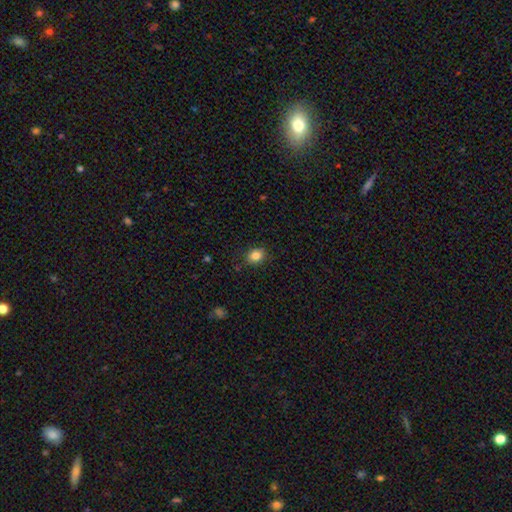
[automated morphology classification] Q: Smooth or featured?
A: smooth (84%); runner-up: star or artifact (10%)
Q: How rounded?
A: in between (52%); runner-up: round (47%)
Q: Merging?
A: none (84%); runner-up: minor disturbance (12%)